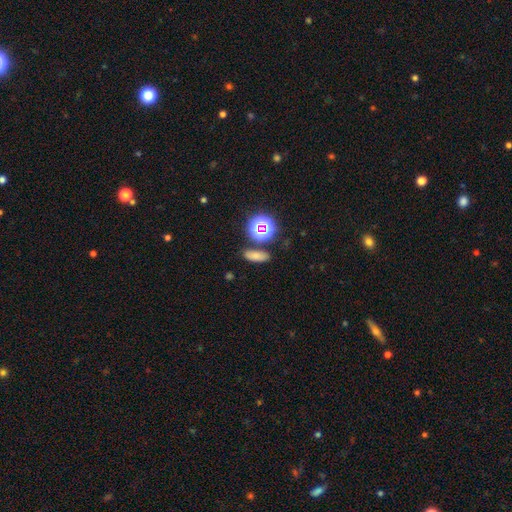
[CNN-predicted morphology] This is likely a smooth galaxy (71%). How rounded: likely in between (60%). Merging: clearly none (82%).